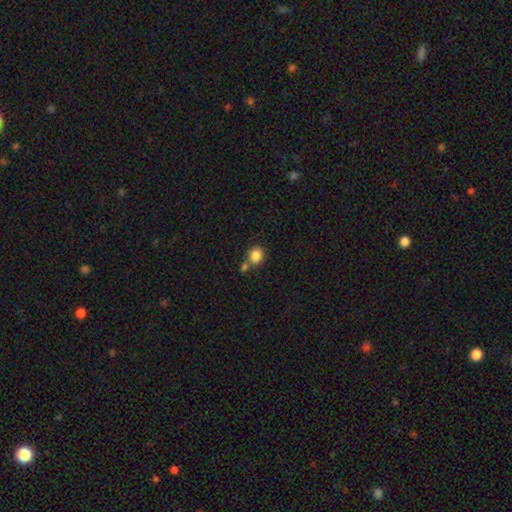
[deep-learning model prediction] smooth_or_featured: smooth (p=0.85) [alt: star or artifact p=0.10]
how_rounded: round (p=0.73) [alt: in between p=0.26]
merging: none (p=0.58) [alt: merger p=0.28]